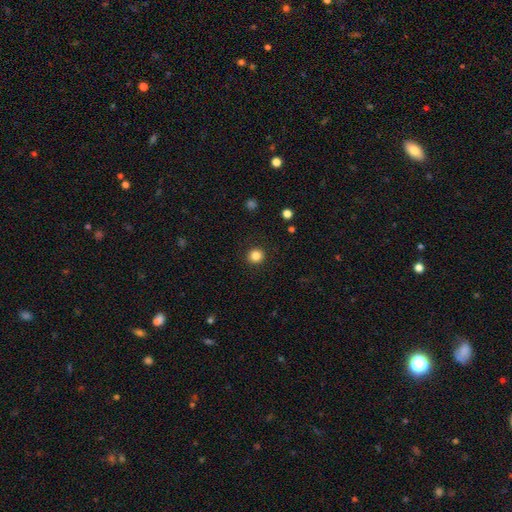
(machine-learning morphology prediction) A smooth galaxy with no disk features (85%) that is round (94%).

Vote fractions:
- Smooth or featured? smooth: 85% / star or artifact: 11% / featured or disk: 4%
- How rounded? round: 94% / in between: 5% / cigar-shaped: 1%
- Merging? none: 92% / minor disturbance: 5% / major disturbance: 2% / merger: 1%